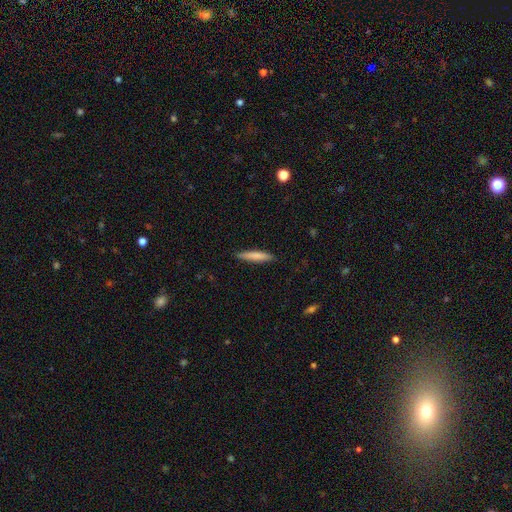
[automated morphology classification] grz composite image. It shows a smooth galaxy with no disk features (78%) that is cigar-shaped (90%). Merging: none (89%).